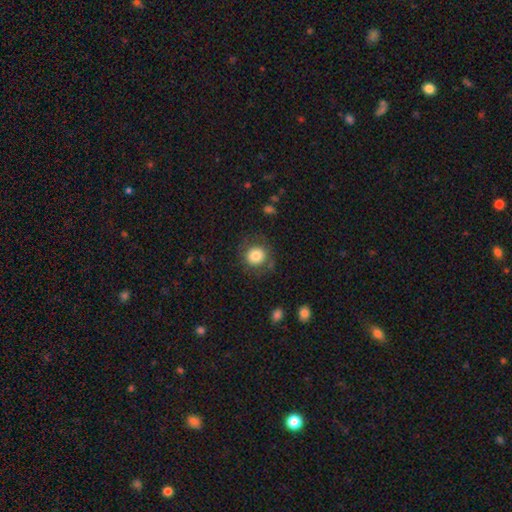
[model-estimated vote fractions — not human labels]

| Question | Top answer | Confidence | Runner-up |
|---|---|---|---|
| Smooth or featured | smooth | 81% | featured or disk (10%) |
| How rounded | round | 88% | in between (11%) |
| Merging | none | 78% | minor disturbance (14%) |